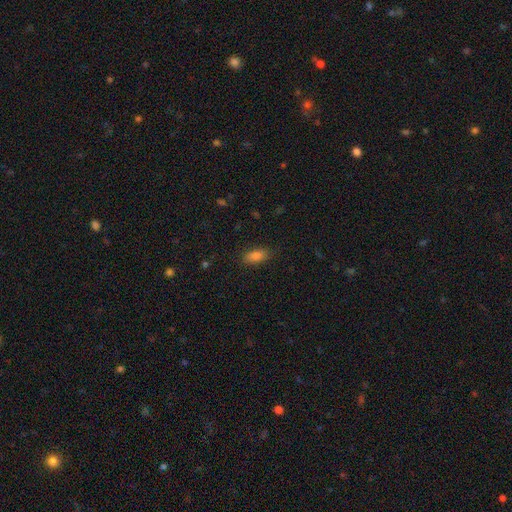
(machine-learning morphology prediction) Smooth or featured? Predicted: smooth (p=0.83). How rounded? Predicted: in between (p=0.86). Merging? Predicted: none (p=0.85).